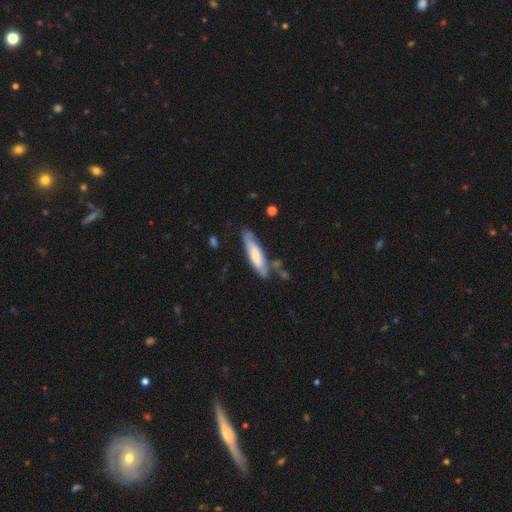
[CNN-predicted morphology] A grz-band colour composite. It shows a smooth galaxy with no disk features (53%) that is cigar-shaped (69%). Merging: none (67%).